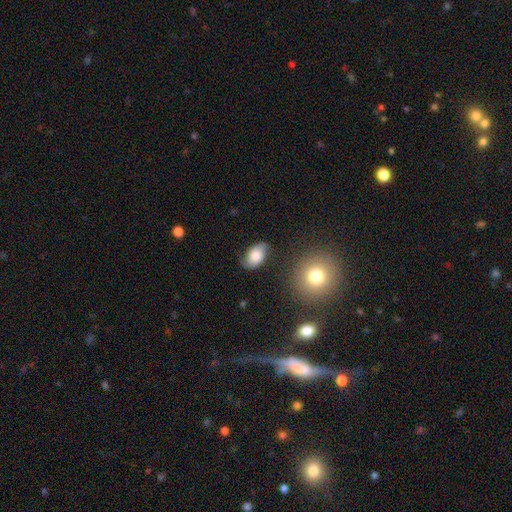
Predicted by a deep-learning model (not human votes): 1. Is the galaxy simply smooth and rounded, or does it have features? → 70% smooth, 22% featured or disk, 8% star or artifact.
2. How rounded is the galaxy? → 91% in between, 8% round, 1% cigar-shaped.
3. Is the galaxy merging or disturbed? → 69% none, 22% minor disturbance, 6% major disturbance, 3% merger.